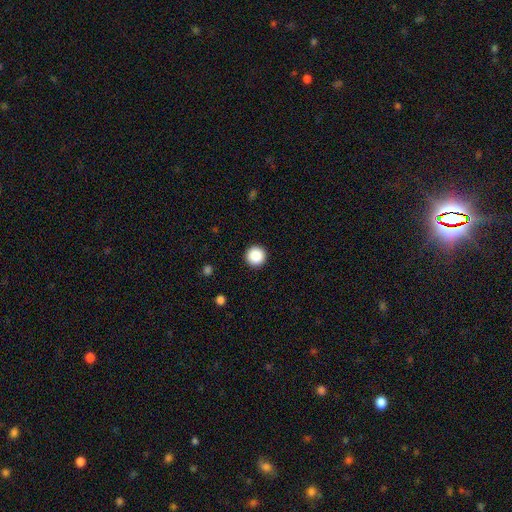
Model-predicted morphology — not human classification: Overall: smooth (88%). How rounded: round (97%). Merging: none (93%).